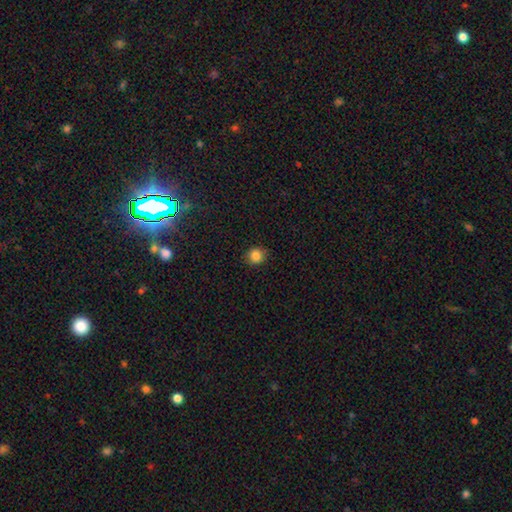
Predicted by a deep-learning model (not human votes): Smooth or featured? smooth (84%)
How rounded? round (87%)
Merging? none (89%)